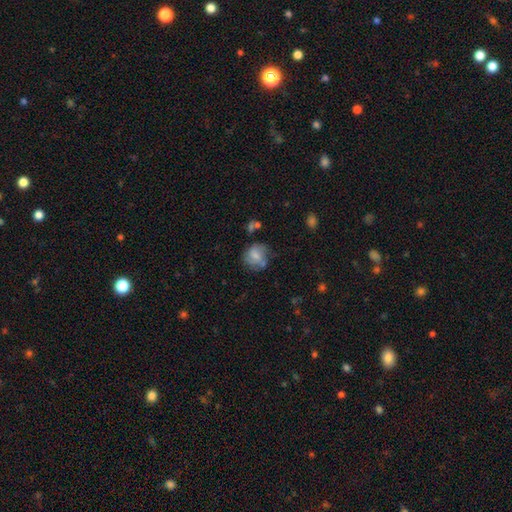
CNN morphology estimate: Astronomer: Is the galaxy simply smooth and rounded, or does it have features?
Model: smooth — 62%.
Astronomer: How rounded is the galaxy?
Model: round — 72%.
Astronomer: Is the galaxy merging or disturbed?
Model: none — 52%.